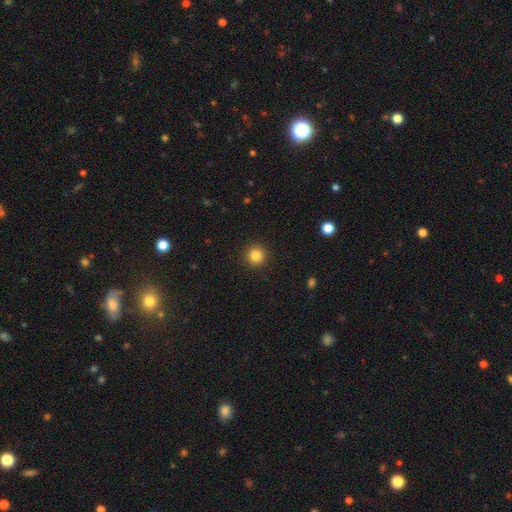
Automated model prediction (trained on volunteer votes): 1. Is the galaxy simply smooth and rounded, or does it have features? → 84% smooth, 11% star or artifact, 5% featured or disk.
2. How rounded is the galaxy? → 95% round, 4% in between, 1% cigar-shaped.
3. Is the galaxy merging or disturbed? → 92% none, 5% minor disturbance, 2% major disturbance, 1% merger.